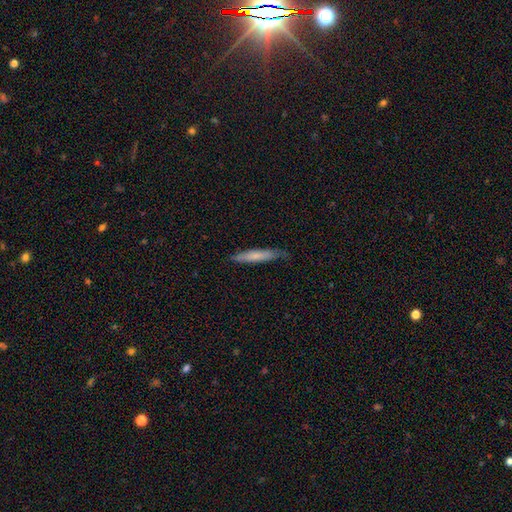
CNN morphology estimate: Overall: smooth (69%). How rounded: cigar-shaped (92%). Merging: none (77%).